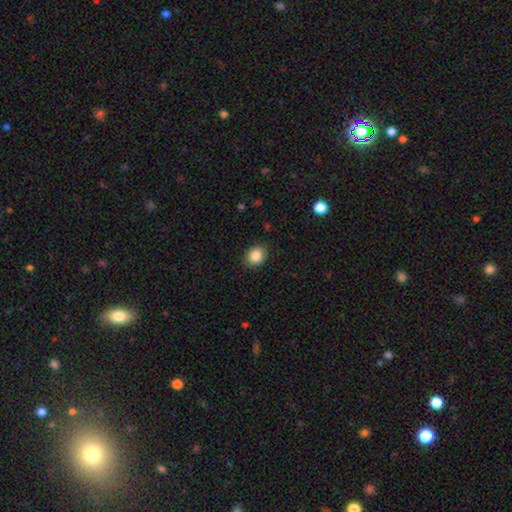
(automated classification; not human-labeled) This appears to be a smooth galaxy with no disk features (86%) that is round (53%). Merging: none (86%).